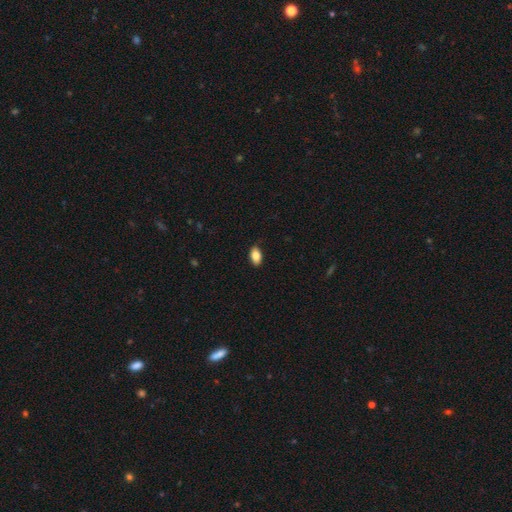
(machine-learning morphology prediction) A smooth galaxy with no disk features (84%) that is in between round and cigar-shaped (91%). Merging: none (85%).